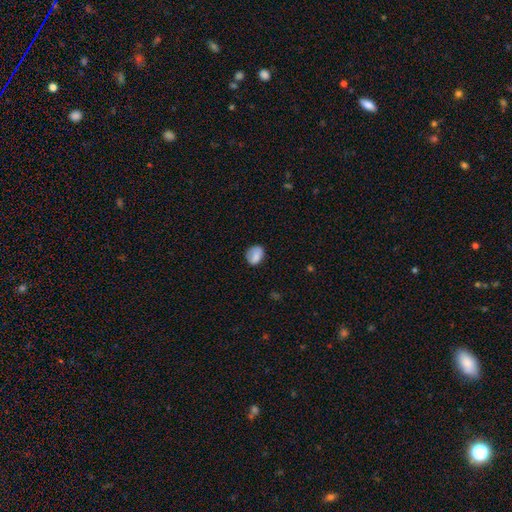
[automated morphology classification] Smooth or featured? Predicted: smooth (p=0.81). How rounded? Predicted: in between (p=0.55). Merging? Predicted: none (p=0.69).